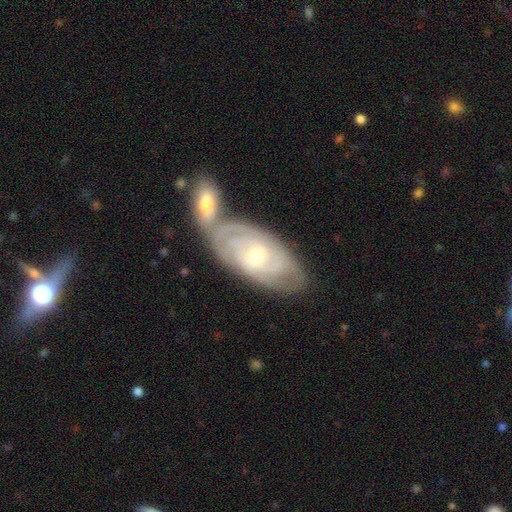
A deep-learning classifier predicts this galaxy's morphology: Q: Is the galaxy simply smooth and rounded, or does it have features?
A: featured or disk — 81%.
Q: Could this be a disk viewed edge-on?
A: no — 93%.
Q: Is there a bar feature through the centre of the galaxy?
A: no — 59%.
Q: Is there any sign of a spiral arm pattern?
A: yes — 94%.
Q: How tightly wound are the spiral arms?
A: tight — 74%.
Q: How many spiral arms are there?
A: can't tell — 42%.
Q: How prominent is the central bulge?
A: small — 54%.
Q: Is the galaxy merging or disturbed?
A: none — 48%.